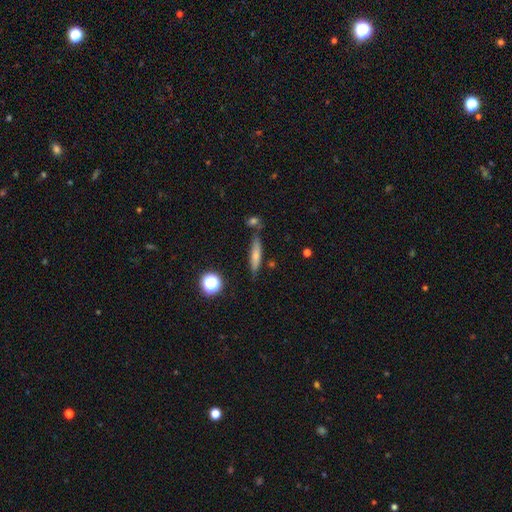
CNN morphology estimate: This appears to be a smooth galaxy with no disk features (64%) that is cigar-shaped (81%). Merging: none (74%).